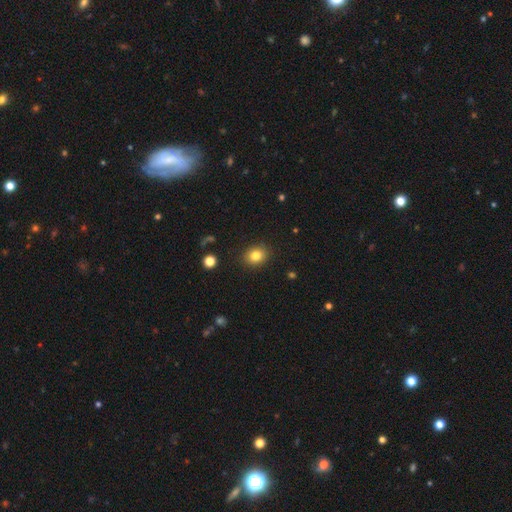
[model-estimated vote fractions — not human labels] Smooth or featured: smooth — 82% (star or artifact — 11%)
How rounded: round — 58% (in between — 41%)
Merging: none — 89% (minor disturbance — 7%)